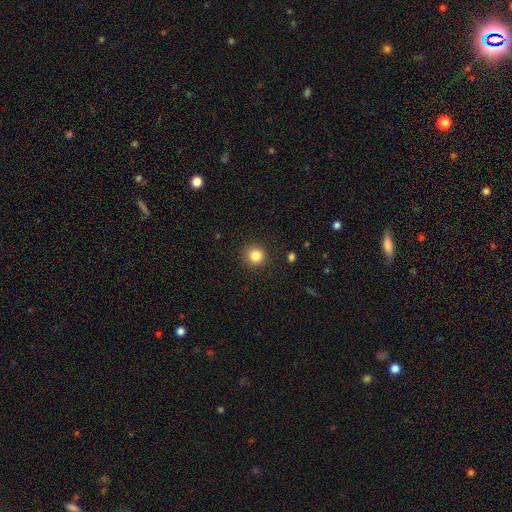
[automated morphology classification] Overall: smooth (84%). How rounded: round (92%). Merging: none (91%).